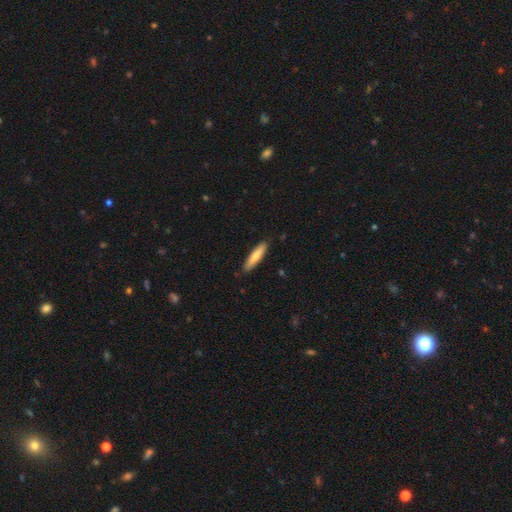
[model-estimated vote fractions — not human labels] This is likely a smooth galaxy (75%). How rounded: likely cigar-shaped (80%). Merging: clearly none (87%).